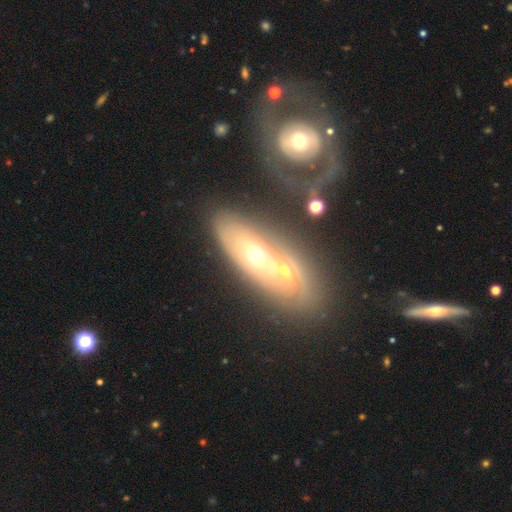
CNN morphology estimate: type=featured or disk (58%); edge-on=no (85%); merging=merger (61%).